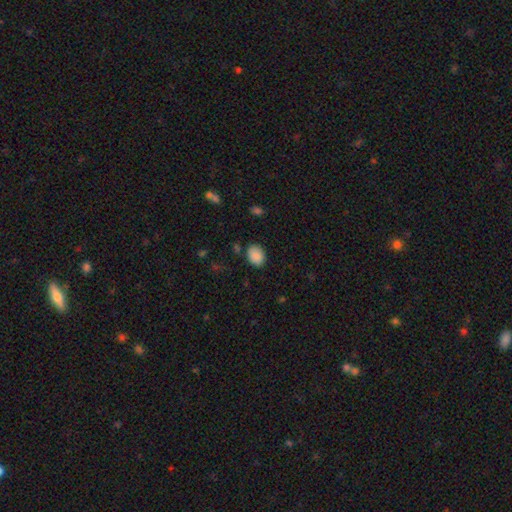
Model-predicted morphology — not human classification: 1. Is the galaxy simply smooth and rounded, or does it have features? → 88% smooth, 8% star or artifact, 4% featured or disk.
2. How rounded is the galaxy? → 68% in between, 31% round, 1% cigar-shaped.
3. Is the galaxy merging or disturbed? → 81% none, 14% minor disturbance, 3% major disturbance, 2% merger.